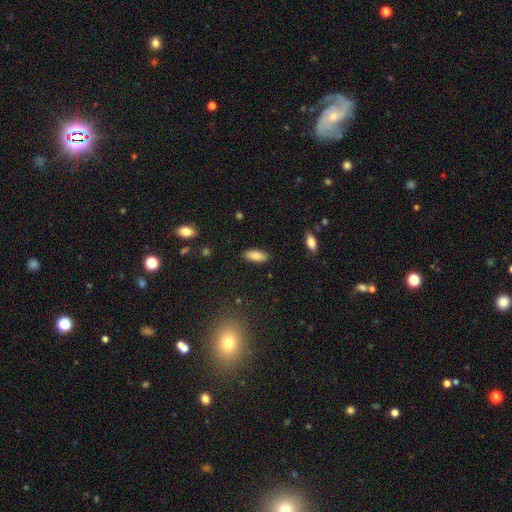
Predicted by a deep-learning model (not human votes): smooth 84%, featured or disk 9%, star or artifact 7%. Down the decision tree: how rounded — in between (80%); merging — none (88%).